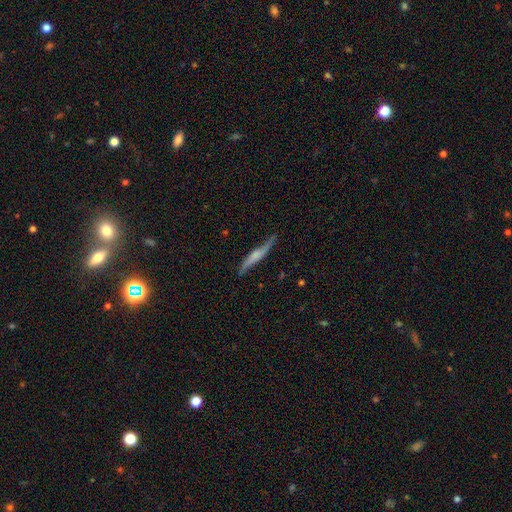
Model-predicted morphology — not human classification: This appears to be a featured or disk galaxy (63%) viewed edge-on (77%). Merging: none (69%).